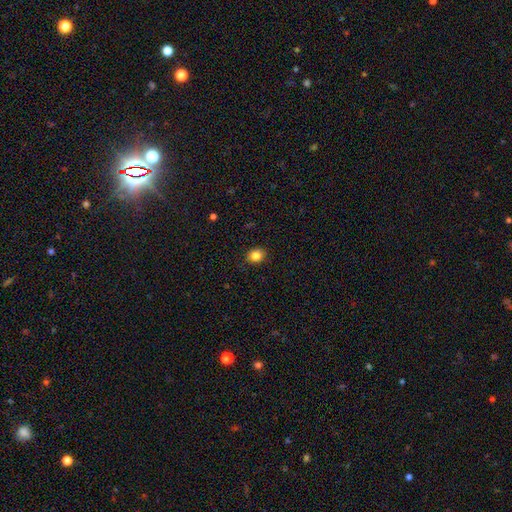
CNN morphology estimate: This appears to be a smooth galaxy with no disk features (84%) that is round (60%). Merging: none (88%).